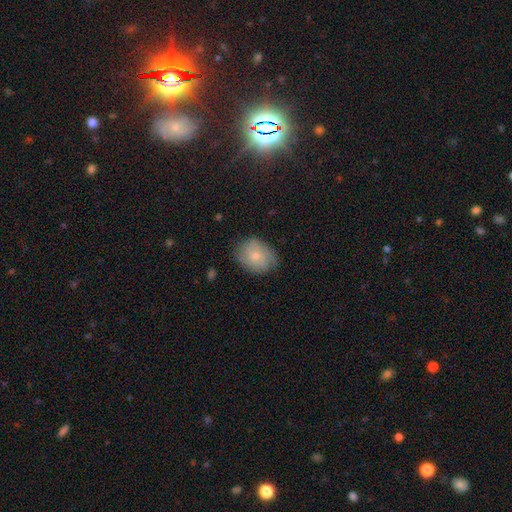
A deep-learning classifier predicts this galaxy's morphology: smooth-or-featured: smooth: 55% | featured or disk: 38% | star or artifact: 8%
  how-rounded: in between: 52% | round: 46% | cigar-shaped: 1%
  merging: none: 72% | minor disturbance: 21% | major disturbance: 5% | merger: 1%